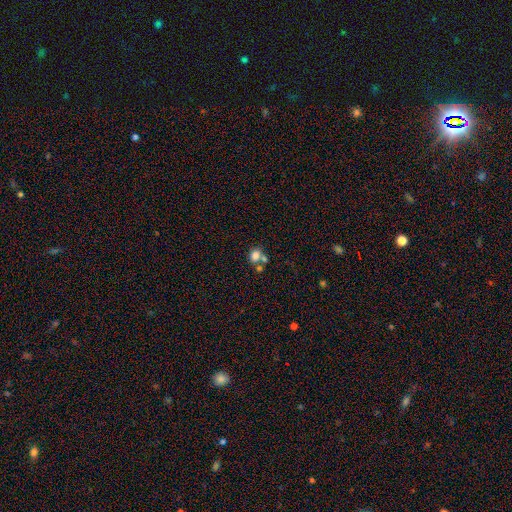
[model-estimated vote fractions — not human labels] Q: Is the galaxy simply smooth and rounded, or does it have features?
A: smooth — 79%.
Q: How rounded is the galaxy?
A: round — 52%.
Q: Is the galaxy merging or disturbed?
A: none — 46%.